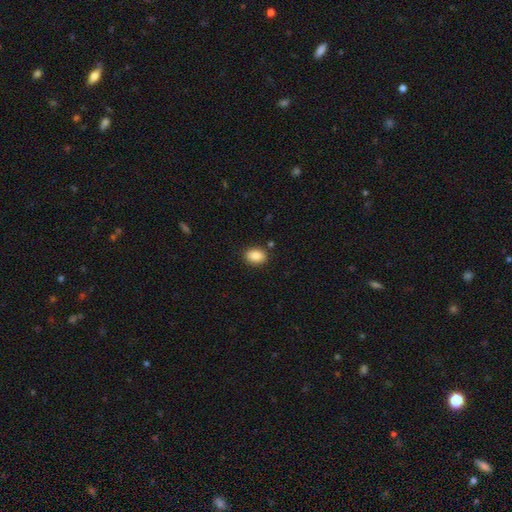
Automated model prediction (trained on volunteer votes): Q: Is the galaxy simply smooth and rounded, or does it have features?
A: smooth — 88%.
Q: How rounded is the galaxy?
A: in between — 77%.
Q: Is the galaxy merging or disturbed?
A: none — 86%.